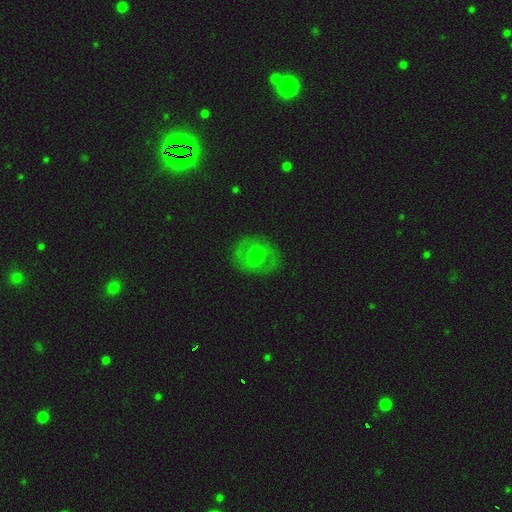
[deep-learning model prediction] Q: Smooth or featured?
A: smooth (47%); runner-up: featured or disk (44%)
Q: Merging?
A: none (82%); runner-up: minor disturbance (12%)